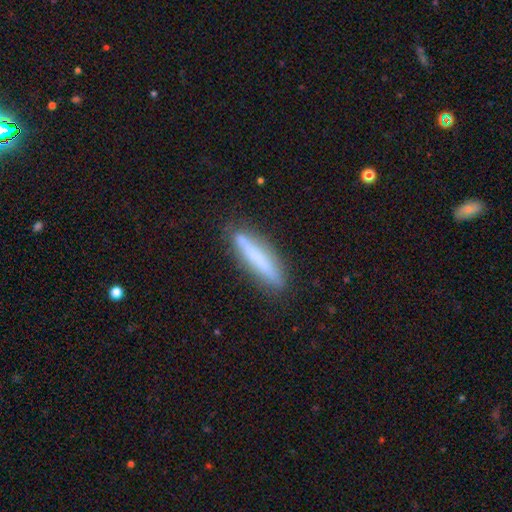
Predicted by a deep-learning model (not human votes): Smooth or featured?
  - smooth: 62% *
  - featured or disk: 31%
  - star or artifact: 7%
How rounded?
  - cigar-shaped: 90% *
  - in between: 8%
  - round: 1%
Merging?
  - none: 84% *
  - minor disturbance: 11%
  - major disturbance: 3%
  - merger: 2%